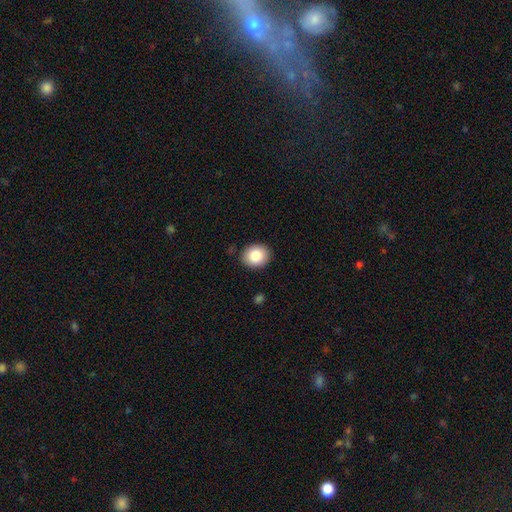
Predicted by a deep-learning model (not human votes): smooth-or-featured: smooth: 84% | star or artifact: 9% | featured or disk: 7%
  how-rounded: round: 64% | in between: 35% | cigar-shaped: 1%
  merging: none: 88% | minor disturbance: 9% | major disturbance: 2% | merger: 1%